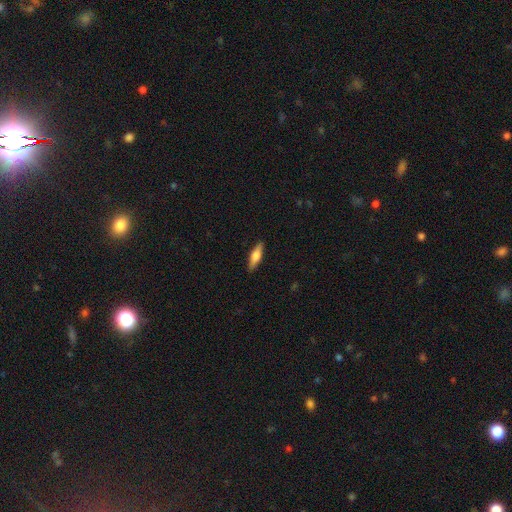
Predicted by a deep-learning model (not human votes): This appears to be a smooth galaxy with no disk features (56%) that is cigar-shaped (61%). Merging: none (89%).